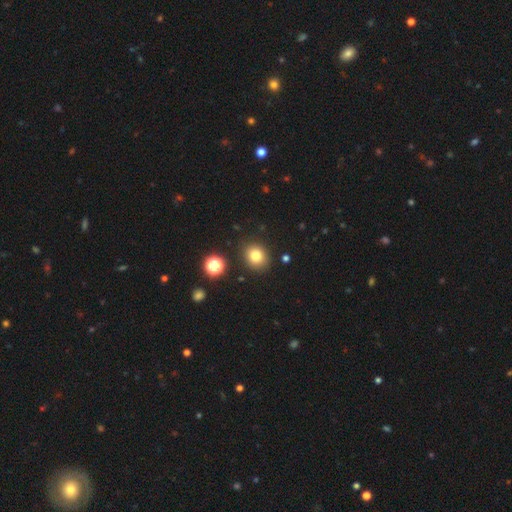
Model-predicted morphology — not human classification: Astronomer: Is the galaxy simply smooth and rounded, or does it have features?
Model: smooth — 79%.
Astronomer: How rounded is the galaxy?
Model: round — 74%.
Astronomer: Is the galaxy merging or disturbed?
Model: none — 87%.